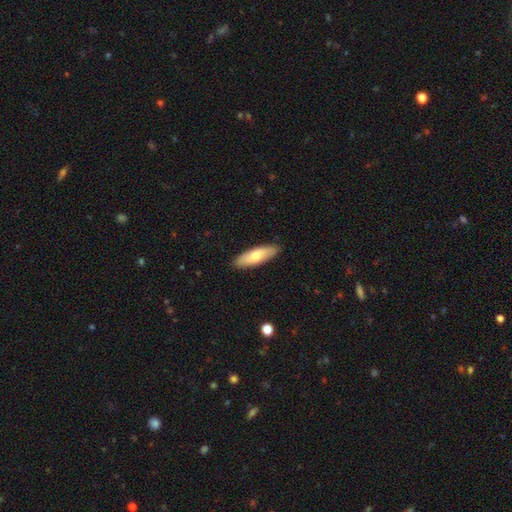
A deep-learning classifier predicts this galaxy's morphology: Overall: smooth (68%). How rounded: in between (55%; cigar-shaped 43%). Merging: none (89%).